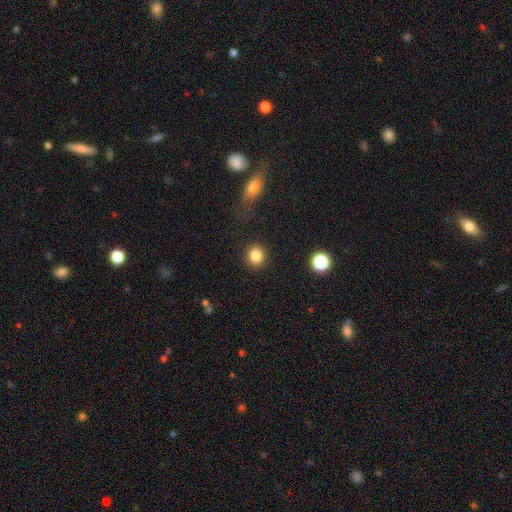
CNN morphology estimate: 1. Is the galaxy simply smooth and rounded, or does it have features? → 84% smooth, 11% star or artifact, 5% featured or disk.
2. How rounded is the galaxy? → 84% round, 15% in between, 1% cigar-shaped.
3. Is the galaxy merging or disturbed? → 88% none, 7% minor disturbance, 3% major disturbance, 2% merger.